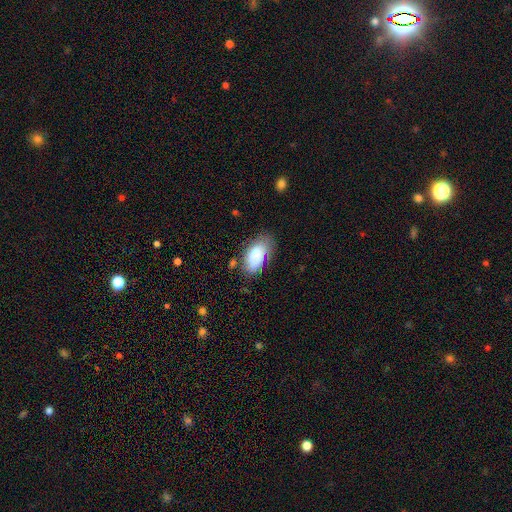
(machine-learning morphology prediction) smooth_or_featured: smooth (p=0.79) [alt: featured or disk p=0.13]
how_rounded: in between (p=0.94) [alt: round p=0.03]
merging: none (p=0.61) [alt: minor disturbance p=0.26]